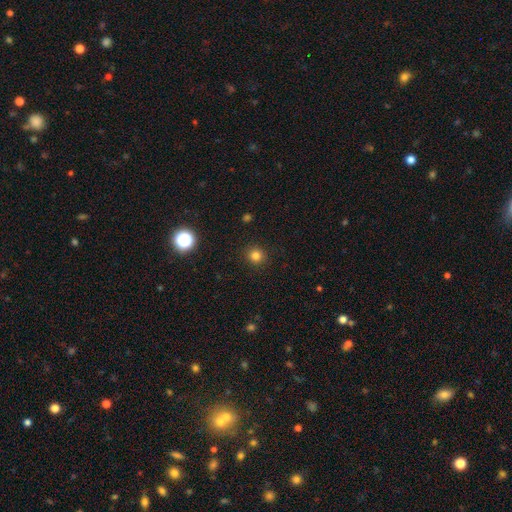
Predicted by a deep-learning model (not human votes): smooth 80%, star or artifact 15%, featured or disk 5%. Down the decision tree: how rounded — round (92%); merging — none (92%).